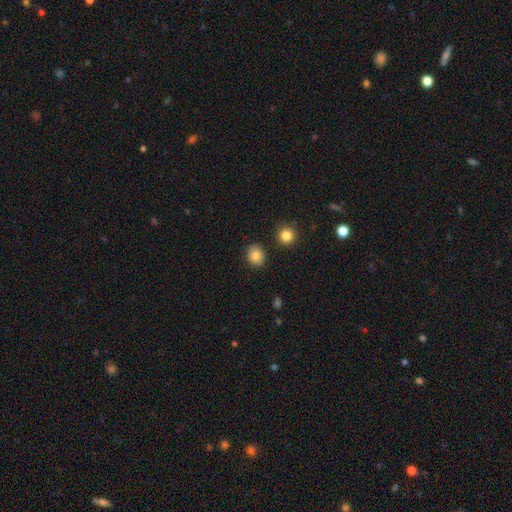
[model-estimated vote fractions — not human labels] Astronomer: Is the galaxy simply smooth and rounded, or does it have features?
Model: smooth — 85%.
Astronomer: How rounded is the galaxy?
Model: round — 56% (runner-up: in between, 43%).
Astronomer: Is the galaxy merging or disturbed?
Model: none — 87%.